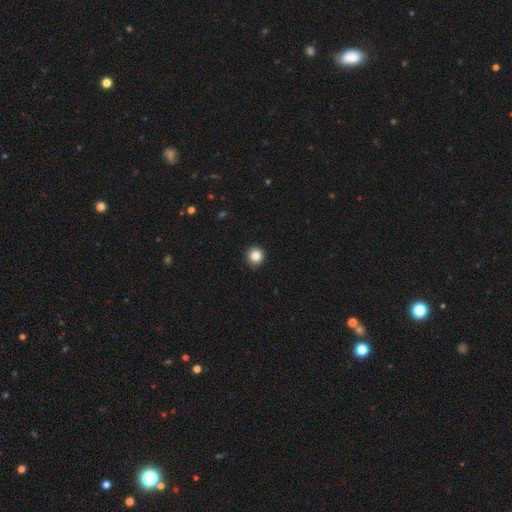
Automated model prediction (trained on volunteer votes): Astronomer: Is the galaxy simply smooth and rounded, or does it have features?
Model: smooth — 84%.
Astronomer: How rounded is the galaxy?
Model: round — 94%.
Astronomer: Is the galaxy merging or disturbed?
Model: none — 92%.